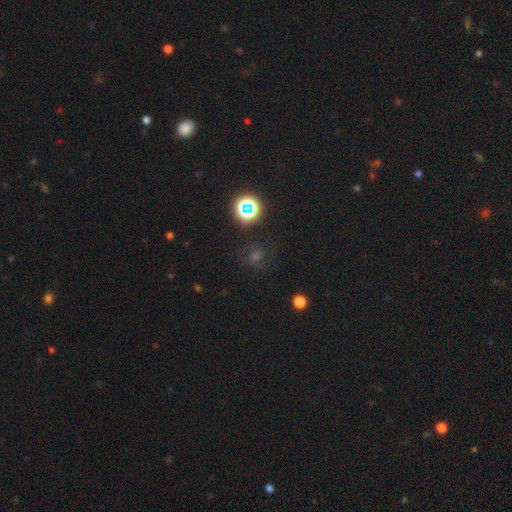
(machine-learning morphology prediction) This appears to be a star or artifact, not a galaxy (54%).